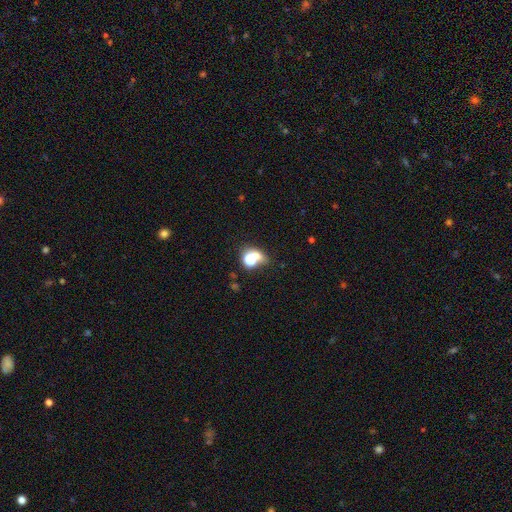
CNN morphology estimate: type=smooth (55%); roundness=round (63%); merging=none (46%).